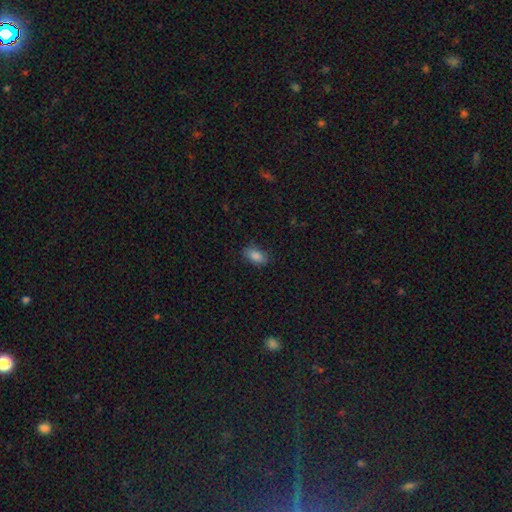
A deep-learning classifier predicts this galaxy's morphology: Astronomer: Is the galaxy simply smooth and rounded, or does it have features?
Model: smooth — 85%.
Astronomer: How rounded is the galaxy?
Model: in between — 90%.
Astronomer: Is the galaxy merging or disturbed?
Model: none — 78%.